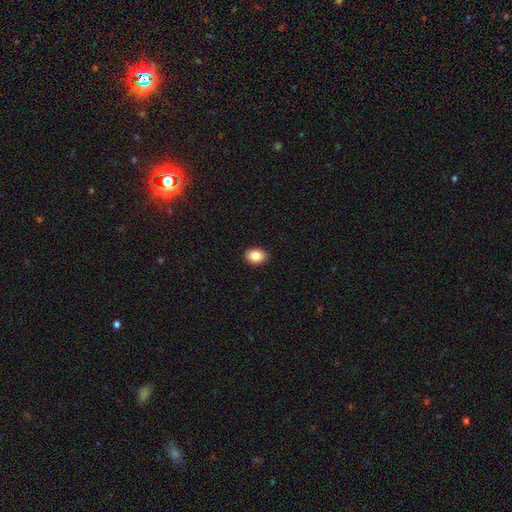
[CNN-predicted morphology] A smooth galaxy with no disk features (87%) that is in between round and cigar-shaped (70%).

Vote fractions:
- Smooth or featured? smooth: 87% / star or artifact: 8% / featured or disk: 5%
- How rounded? in between: 70% / round: 29% / cigar-shaped: 1%
- Merging? none: 90% / minor disturbance: 7% / major disturbance: 2% / merger: 1%